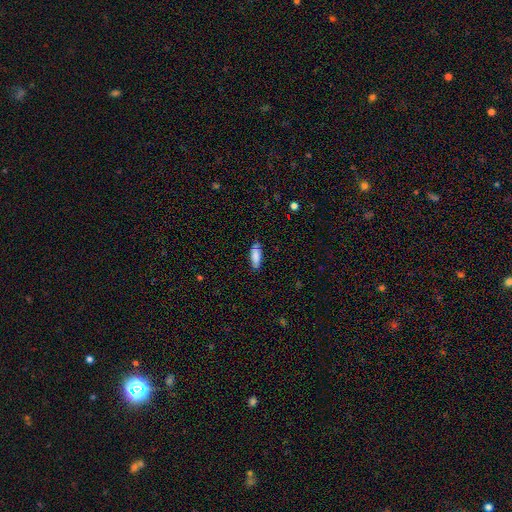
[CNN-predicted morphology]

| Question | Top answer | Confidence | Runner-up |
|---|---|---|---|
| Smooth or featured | smooth | 83% | featured or disk (10%) |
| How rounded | in between | 68% | cigar-shaped (31%) |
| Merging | none | 78% | minor disturbance (16%) |